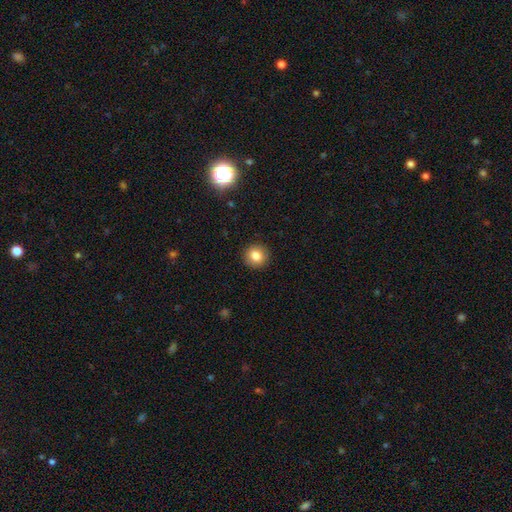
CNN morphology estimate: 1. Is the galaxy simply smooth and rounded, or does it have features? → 83% smooth, 10% star or artifact, 7% featured or disk.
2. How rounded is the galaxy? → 90% round, 9% in between, 1% cigar-shaped.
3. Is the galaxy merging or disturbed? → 91% none, 6% minor disturbance, 2% major disturbance, 1% merger.